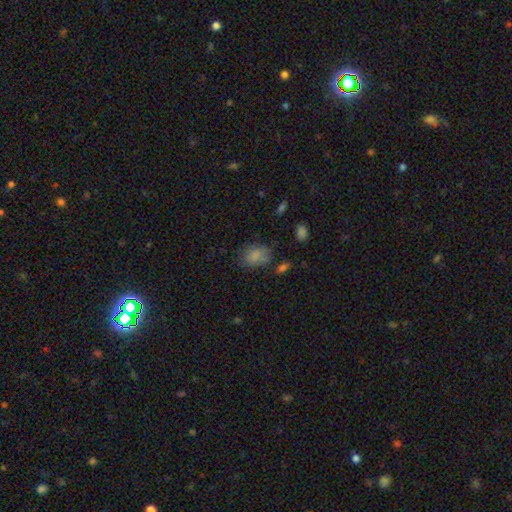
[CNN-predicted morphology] Smooth or featured?
  - smooth: 80% *
  - star or artifact: 11%
  - featured or disk: 9%
How rounded?
  - in between: 70% *
  - round: 29%
  - cigar-shaped: 1%
Merging?
  - none: 64% *
  - minor disturbance: 22%
  - major disturbance: 8%
  - merger: 5%